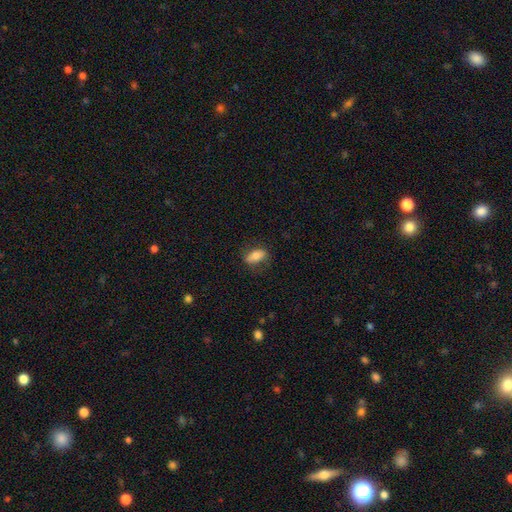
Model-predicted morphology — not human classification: This is likely a smooth galaxy (72%). How rounded: clearly in between (81%). Merging: likely none (73%).